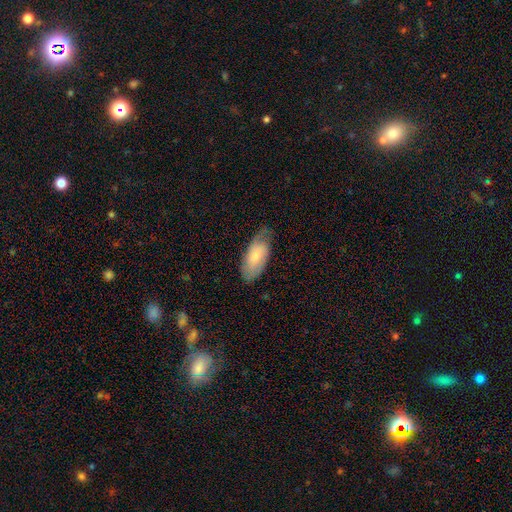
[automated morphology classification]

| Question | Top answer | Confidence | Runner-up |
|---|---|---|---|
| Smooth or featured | smooth | 69% | featured or disk (26%) |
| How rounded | in between | 90% | cigar-shaped (8%) |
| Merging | none | 62% | minor disturbance (29%) |